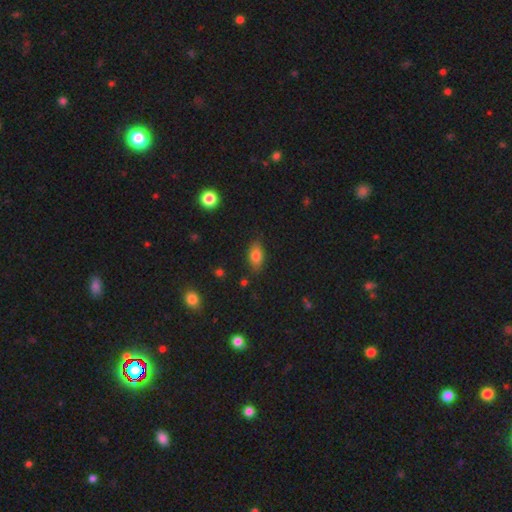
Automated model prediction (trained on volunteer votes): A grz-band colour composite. It shows a smooth galaxy with no disk features (79%) that is in between round and cigar-shaped (87%). Merging: none (83%).